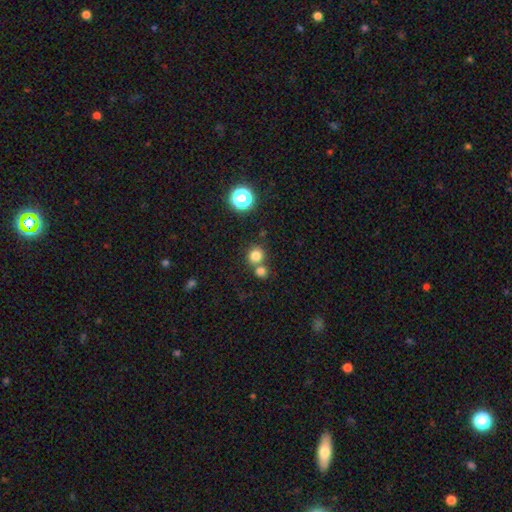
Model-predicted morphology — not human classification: Overall: smooth (79%). How rounded: round (88%). Merging: none (61%; merger 30%).